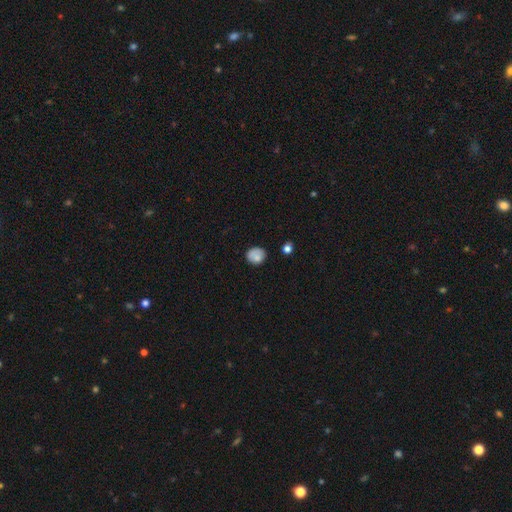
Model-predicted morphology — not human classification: smooth-or-featured: smooth: 79% | featured or disk: 11% | star or artifact: 9%
  how-rounded: round: 67% | in between: 32% | cigar-shaped: 1%
  merging: none: 66% | minor disturbance: 24% | major disturbance: 6% | merger: 5%